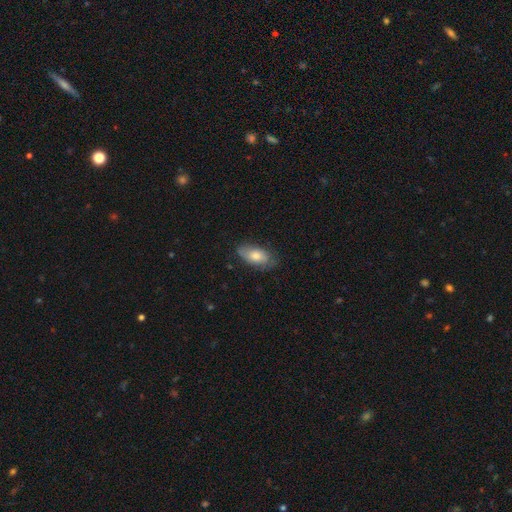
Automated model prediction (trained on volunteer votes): This is likely a smooth galaxy (66%). How rounded: clearly in between (89%). Merging: likely none (73%).